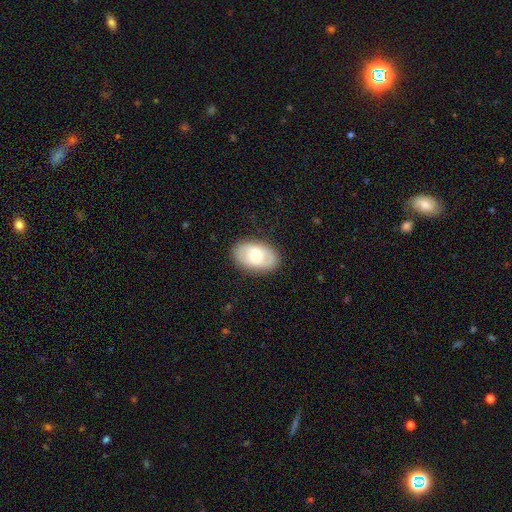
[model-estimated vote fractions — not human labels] This appears to be a smooth galaxy with no disk features (48%). Merging: none (86%).